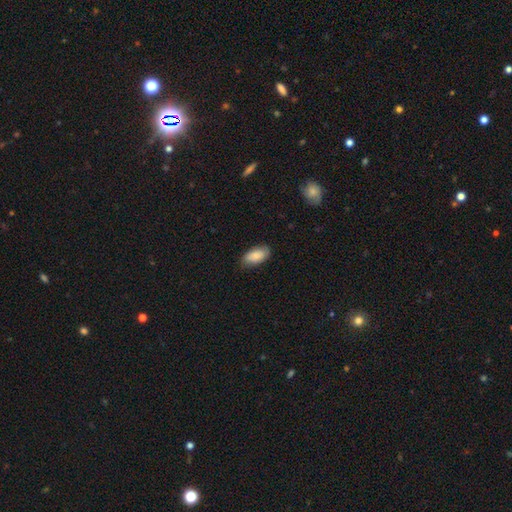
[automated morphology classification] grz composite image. It shows a smooth galaxy with no disk features (85%) that is in between round and cigar-shaped (93%). Merging: none (79%).